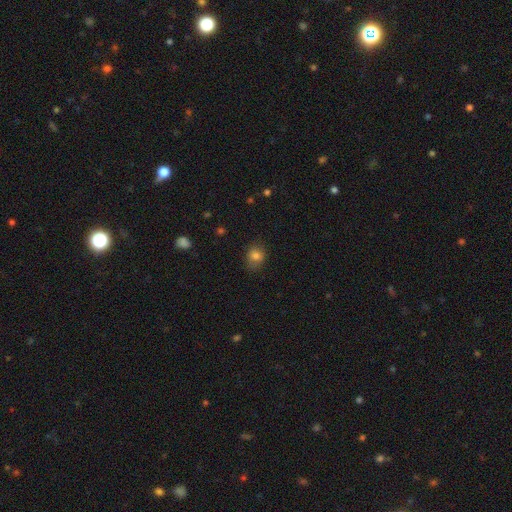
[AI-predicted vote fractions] smooth-or-featured: smooth: 80% | star or artifact: 12% | featured or disk: 9%
  how-rounded: round: 57% | in between: 42% | cigar-shaped: 1%
  merging: none: 77% | minor disturbance: 17% | major disturbance: 5% | merger: 1%